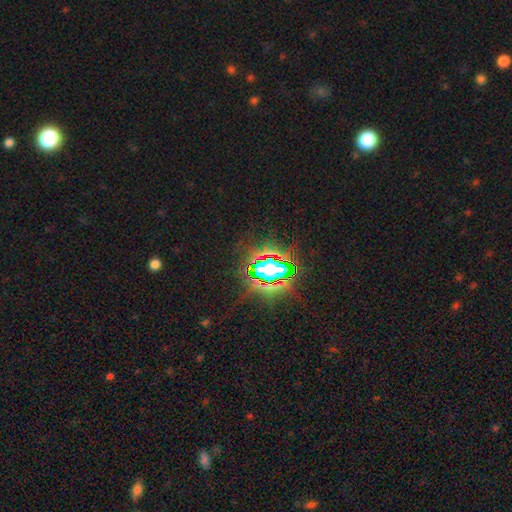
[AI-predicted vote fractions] smooth-or-featured: star or artifact: 80% | smooth: 11% | featured or disk: 9%